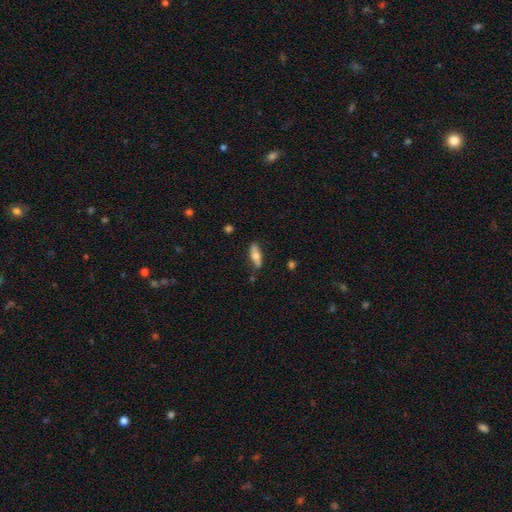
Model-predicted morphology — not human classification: This appears to be a smooth galaxy with no disk features (63%) that is in between round and cigar-shaped (56%). Merging: none (82%).